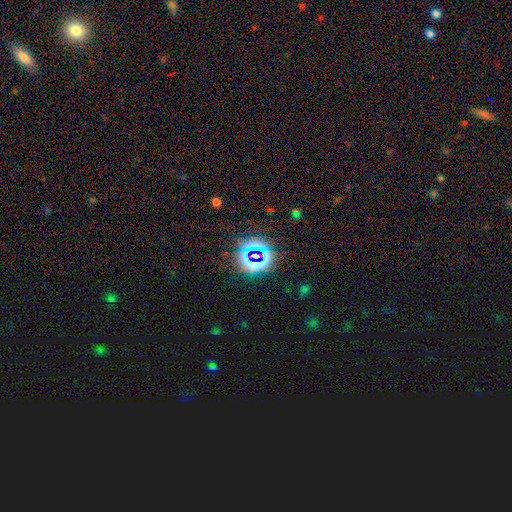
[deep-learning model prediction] A star or artifact, not a galaxy (78%).